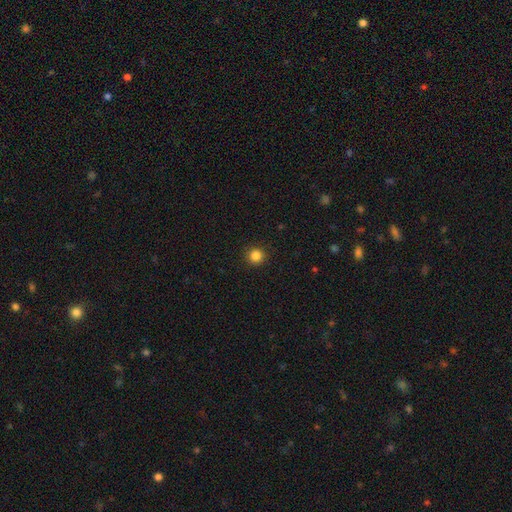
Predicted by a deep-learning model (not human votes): smooth 85%, star or artifact 12%, featured or disk 3%. Down the decision tree: how rounded — round (95%); merging — none (92%).